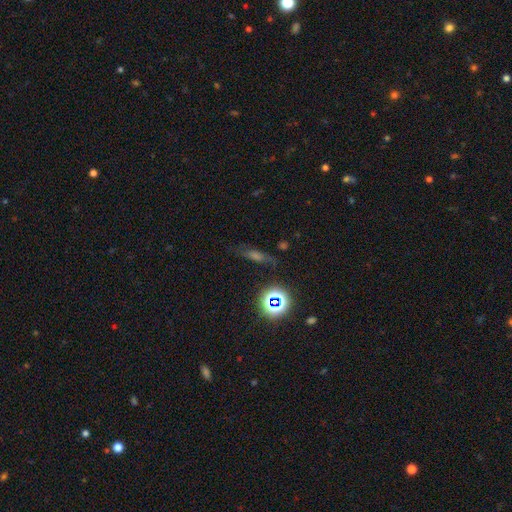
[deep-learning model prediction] A star or artifact, not a galaxy (35%, tied with smooth).